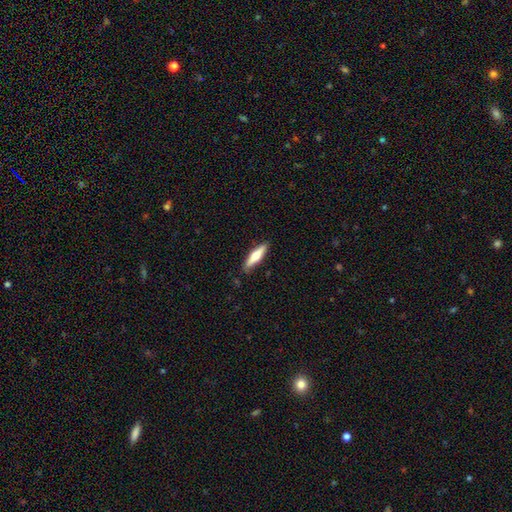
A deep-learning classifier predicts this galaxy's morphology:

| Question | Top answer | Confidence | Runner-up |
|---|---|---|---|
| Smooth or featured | smooth | 52% | featured or disk (42%) |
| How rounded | cigar-shaped | 75% | in between (24%) |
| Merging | none | 87% | minor disturbance (10%) |